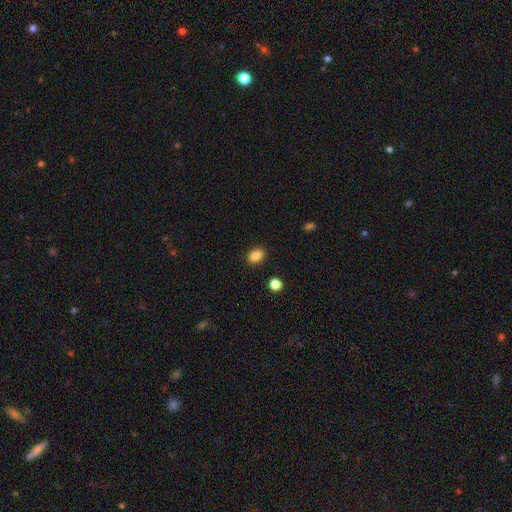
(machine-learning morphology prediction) The model was most divided on "how rounded": in between: 71%, round: 28%, cigar-shaped: 1%. More confident: merging — none (88%); smooth or featured — smooth (86%).